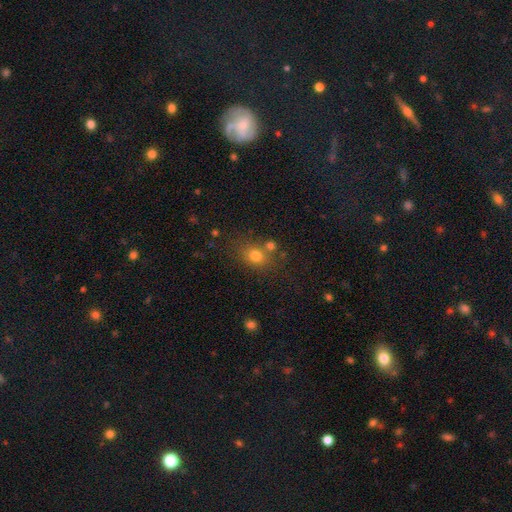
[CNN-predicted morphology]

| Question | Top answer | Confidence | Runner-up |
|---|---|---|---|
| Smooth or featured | smooth | 76% | star or artifact (14%) |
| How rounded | round | 58% | in between (41%) |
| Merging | none | 62% | merger (19%) |